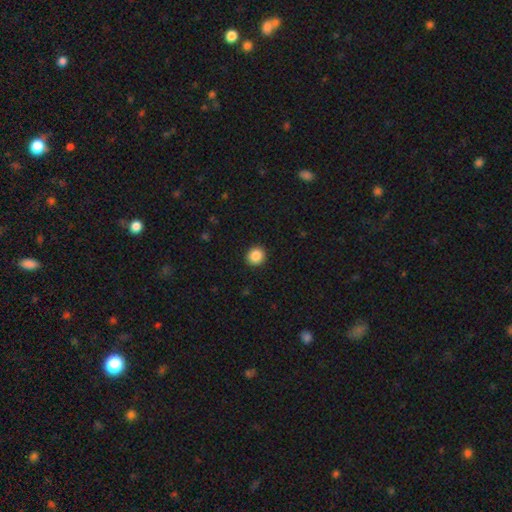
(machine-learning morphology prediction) Smooth or featured? smooth (87%)
How rounded? round (89%)
Merging? none (92%)